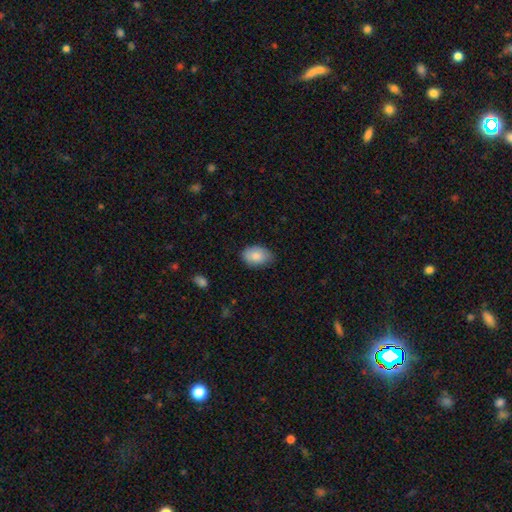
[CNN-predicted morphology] A smooth galaxy with no disk features (85%) that is in between round and cigar-shaped (87%). Merging: none (75%).